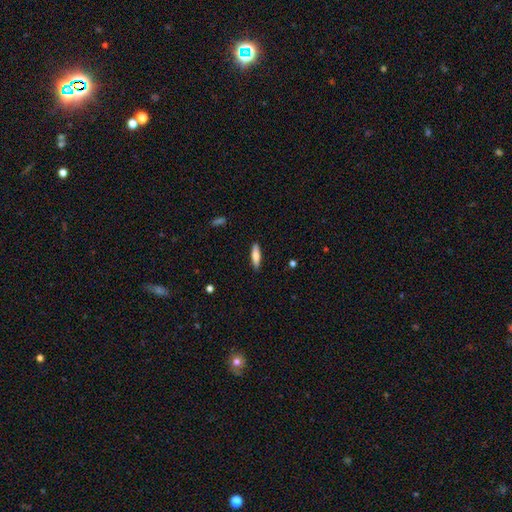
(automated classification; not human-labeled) Morphology: type=smooth (72%); roundness=cigar-shaped (64%); merging=none (88%).